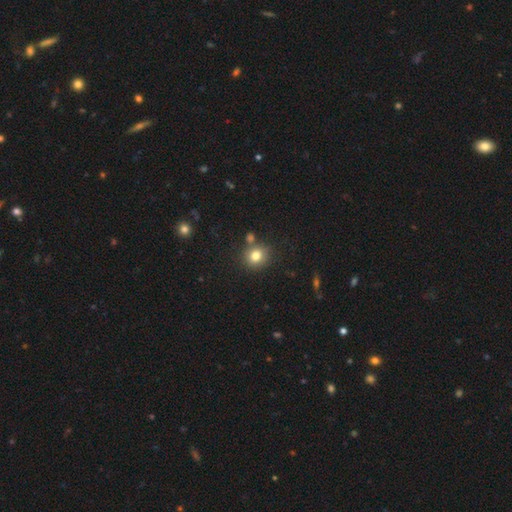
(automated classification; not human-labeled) smooth 80%, star or artifact 12%, featured or disk 8%. Down the decision tree: how rounded — round (82%); merging — none (75%).